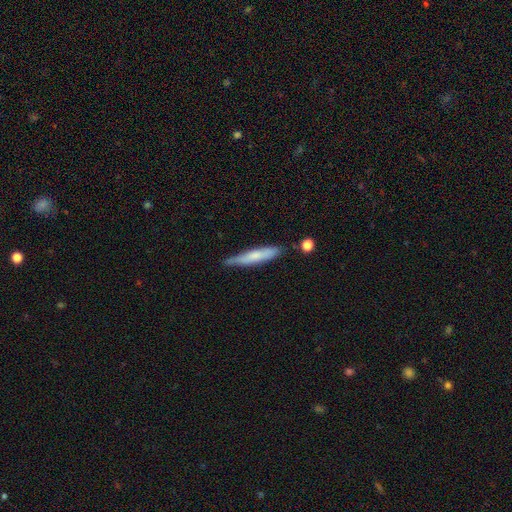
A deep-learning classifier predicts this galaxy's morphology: This is likely a smooth galaxy (61%). How rounded: clearly cigar-shaped (90%). Merging: likely none (73%).